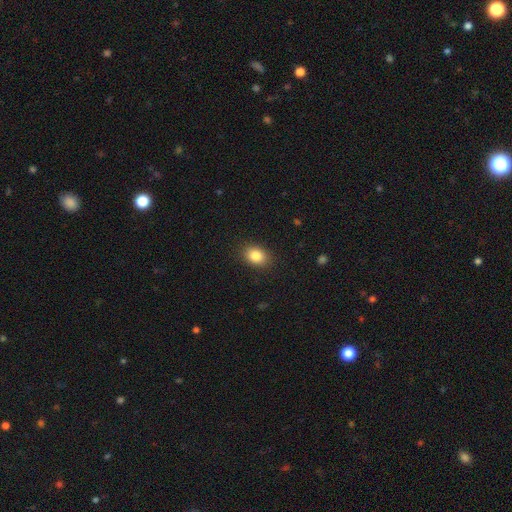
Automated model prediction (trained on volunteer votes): Overall: smooth (85%). How rounded: in between (65%; round 34%). Merging: none (88%).